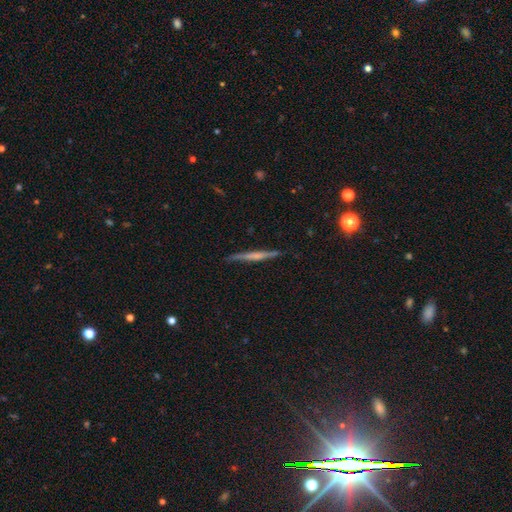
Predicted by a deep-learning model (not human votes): Smooth or featured? featured or disk (59%)
Edge-on disk? yes (97%)
Edge-on bulge? none (52%)
Merging? none (87%)